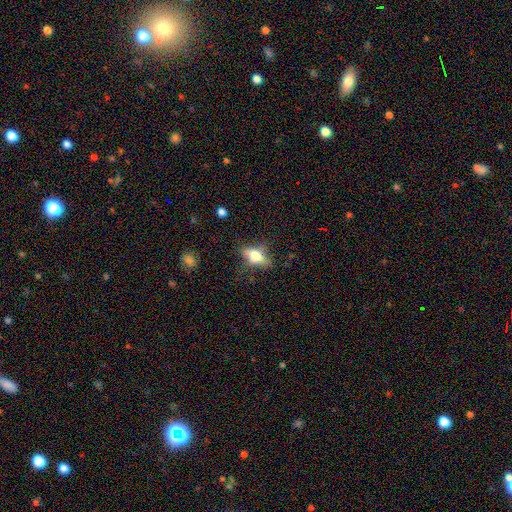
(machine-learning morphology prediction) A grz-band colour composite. It shows a smooth galaxy with no disk features (52%) that is in between round and cigar-shaped (75%). Merging: none (56%).